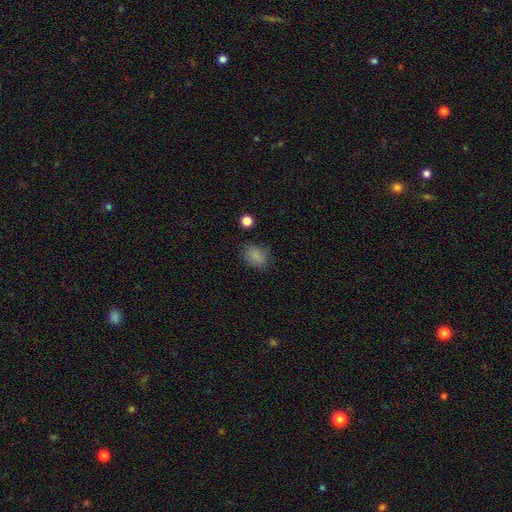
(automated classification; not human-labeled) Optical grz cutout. It shows a smooth galaxy with no disk features (83%) that is in between round and cigar-shaped (58%). Merging: none (77%).